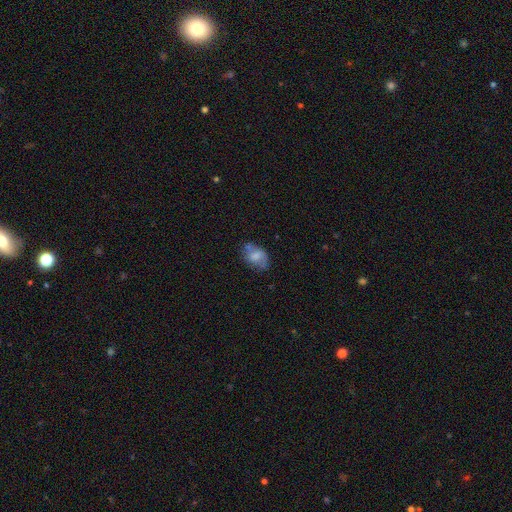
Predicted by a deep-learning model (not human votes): The model was most divided on "merging": none: 49%, minor disturbance: 28%, merger: 12%, major disturbance: 11%. More confident: how rounded — in between (80%); smooth or featured — smooth (64%).